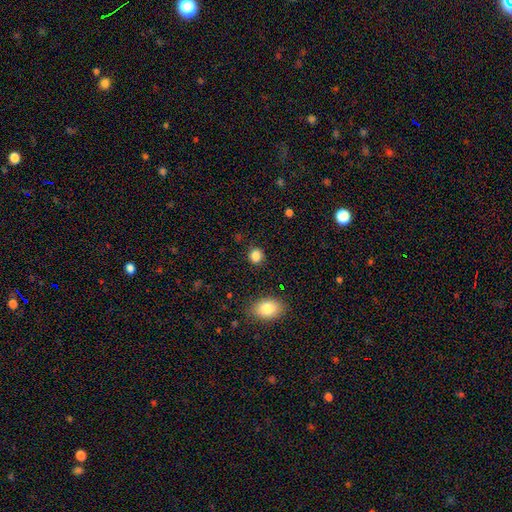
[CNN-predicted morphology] Smooth or featured? Predicted: smooth (p=0.86). How rounded? Predicted: round (p=0.77). Merging? Predicted: none (p=0.88).